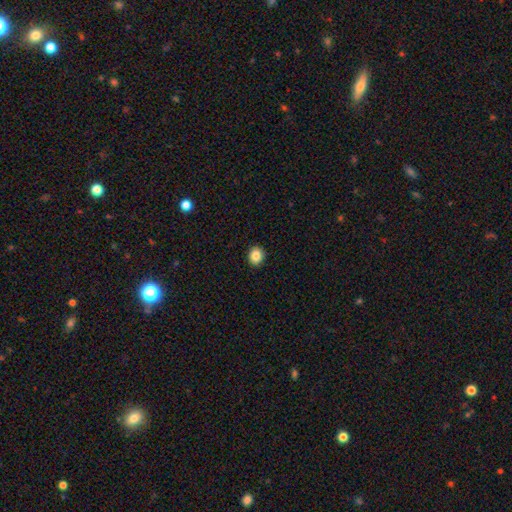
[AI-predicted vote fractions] Smooth or featured? Predicted: smooth (p=0.85). How rounded? Predicted: round (p=0.69). Merging? Predicted: none (p=0.92).